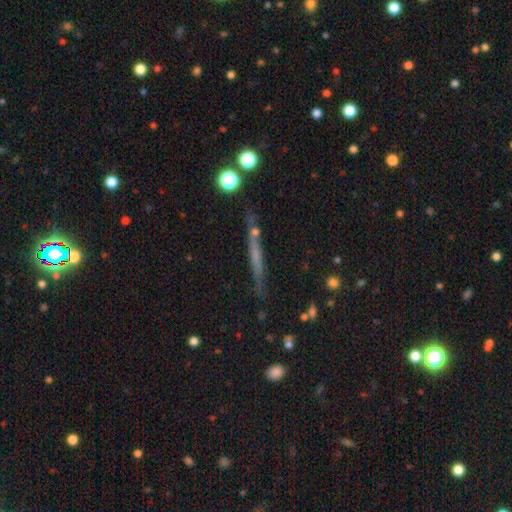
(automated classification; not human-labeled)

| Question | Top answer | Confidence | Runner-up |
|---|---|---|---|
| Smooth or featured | featured or disk | 47% | smooth (40%) |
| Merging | none | 77% | minor disturbance (14%) |